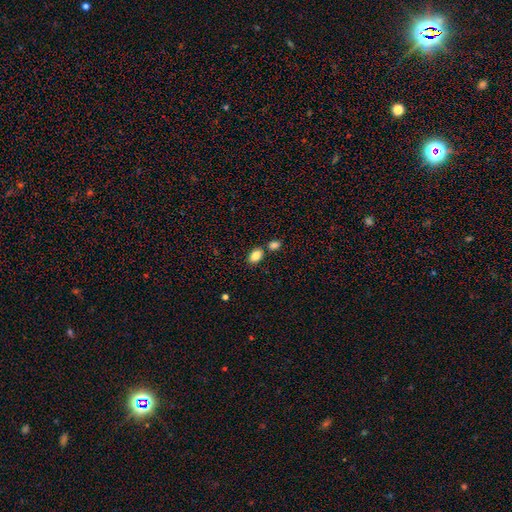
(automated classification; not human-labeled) Smooth or featured? Predicted: smooth (p=0.86). How rounded? Predicted: in between (p=0.88). Merging? Predicted: none (p=0.70).